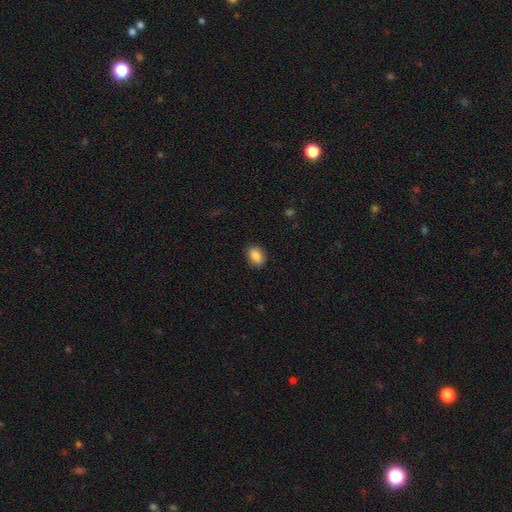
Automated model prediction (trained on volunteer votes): smooth-or-featured: smooth: 88% | star or artifact: 8% | featured or disk: 4%
  how-rounded: in between: 80% | round: 18% | cigar-shaped: 2%
  merging: none: 87% | minor disturbance: 10% | major disturbance: 2% | merger: 1%